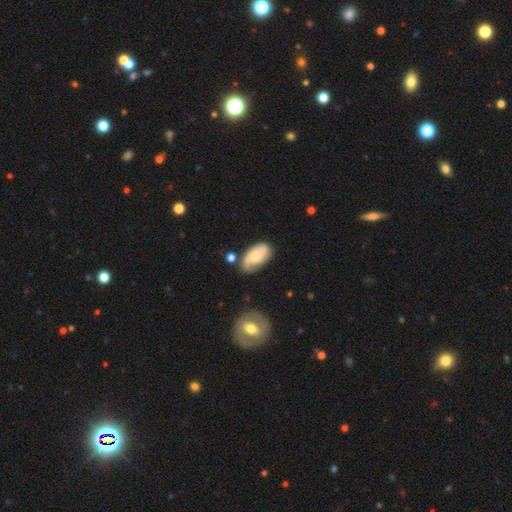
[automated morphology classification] Smooth or featured? smooth (51%)
How rounded? in between (93%)
Merging? none (57%)